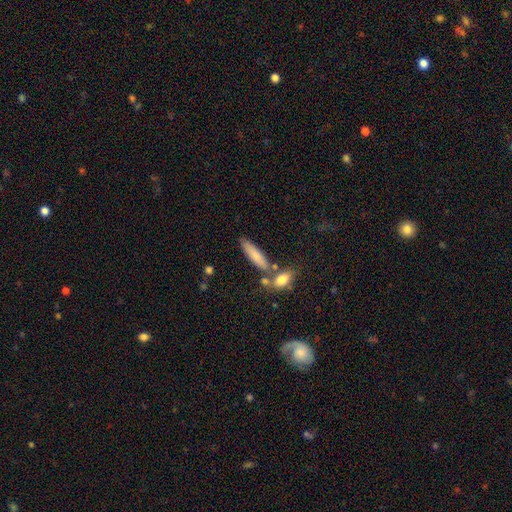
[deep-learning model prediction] A smooth galaxy with no disk features (77%) that is cigar-shaped (70%).

Vote fractions:
- Smooth or featured? smooth: 77% / featured or disk: 16% / star or artifact: 7%
- How rounded? cigar-shaped: 70% / in between: 27% / round: 3%
- Merging? none: 70% / merger: 14% / minor disturbance: 13% / major disturbance: 4%